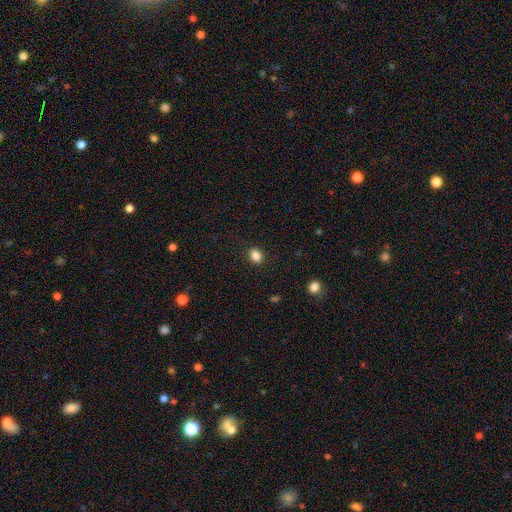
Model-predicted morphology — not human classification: This appears to be a smooth galaxy with no disk features (86%) that is in between round and cigar-shaped (58%). Merging: none (89%).